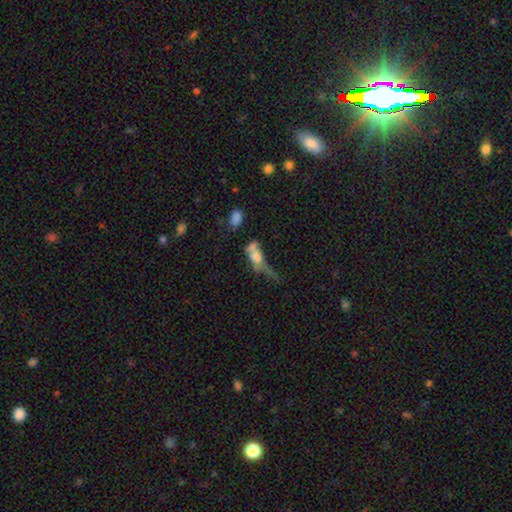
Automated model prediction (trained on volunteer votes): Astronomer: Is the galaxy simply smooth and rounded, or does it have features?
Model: smooth — 54% (runner-up: featured or disk, 34%).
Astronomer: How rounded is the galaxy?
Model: in between — 71%.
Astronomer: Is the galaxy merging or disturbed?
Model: major disturbance — 38% (runner-up: merger, 30%).